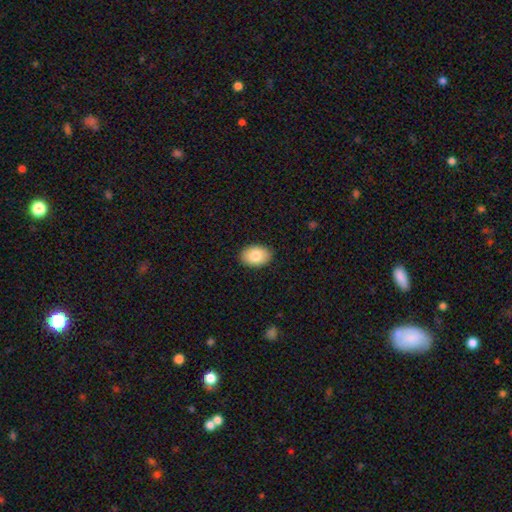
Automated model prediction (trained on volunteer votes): A smooth galaxy with no disk features (83%) that is in between round and cigar-shaped (85%).

Vote fractions:
- Smooth or featured? smooth: 83% / featured or disk: 10% / star or artifact: 7%
- How rounded? in between: 85% / round: 14% / cigar-shaped: 1%
- Merging? none: 90% / minor disturbance: 8% / major disturbance: 2% / merger: 1%